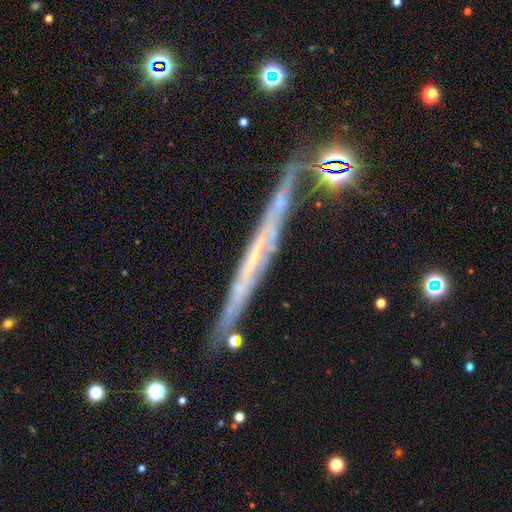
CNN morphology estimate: featured or disk 70%, smooth 20%, star or artifact 10%. Down the decision tree: edge-on disk — yes (94%); edge-on bulge — none (85%); merging — none (82%).